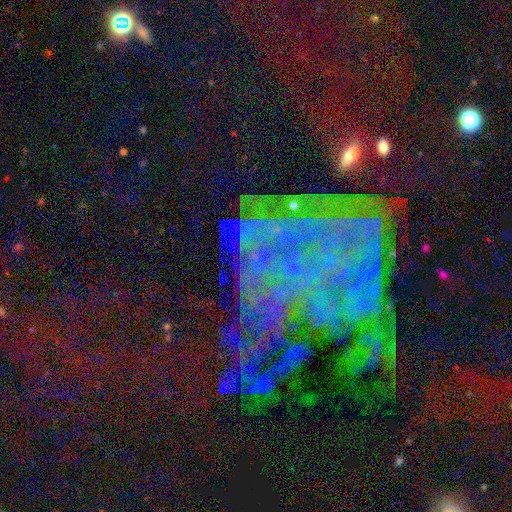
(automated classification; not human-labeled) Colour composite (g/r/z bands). It shows a star or artifact, not a galaxy (57%).